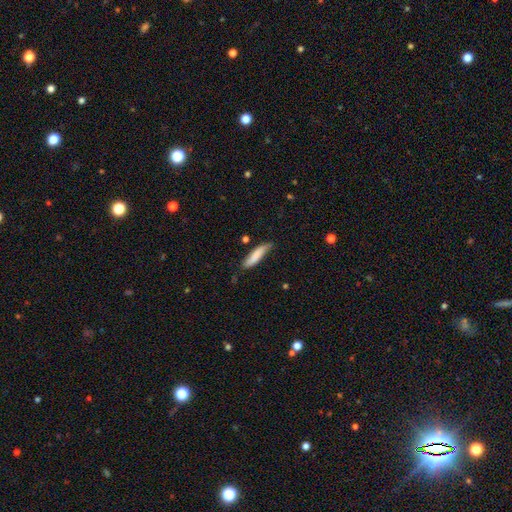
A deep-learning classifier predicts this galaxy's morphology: smooth 78%, featured or disk 16%, star or artifact 6%. Down the decision tree: how rounded — cigar-shaped (76%); merging — none (61%).